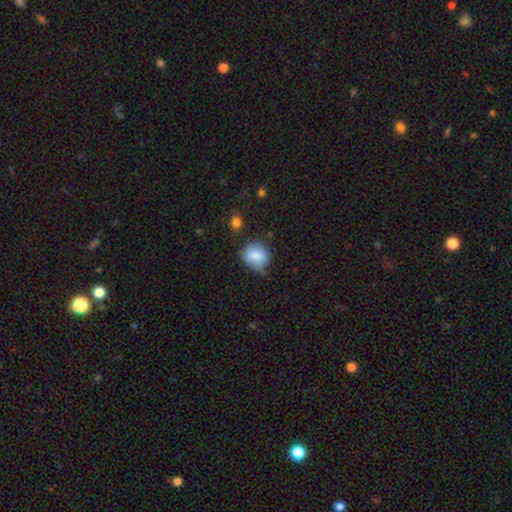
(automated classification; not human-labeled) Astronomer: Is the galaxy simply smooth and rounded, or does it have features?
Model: smooth — 84%.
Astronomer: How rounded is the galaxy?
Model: round — 72%.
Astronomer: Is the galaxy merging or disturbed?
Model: none — 72%.